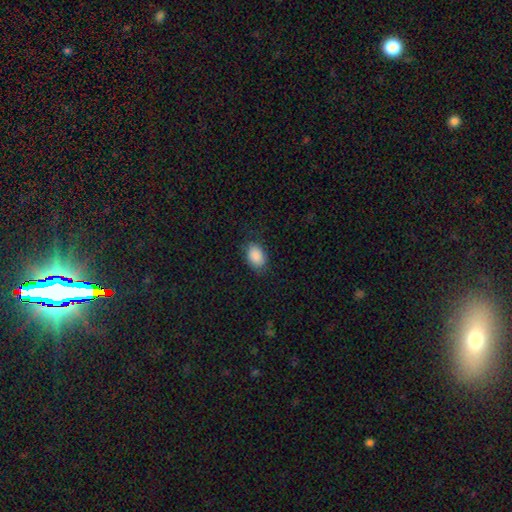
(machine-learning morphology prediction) A smooth galaxy with no disk features (89%) that is in between round and cigar-shaped (83%).

Vote fractions:
- Smooth or featured? smooth: 89% / star or artifact: 7% / featured or disk: 4%
- How rounded? in between: 83% / round: 16% / cigar-shaped: 1%
- Merging? none: 81% / minor disturbance: 14% / major disturbance: 4% / merger: 1%